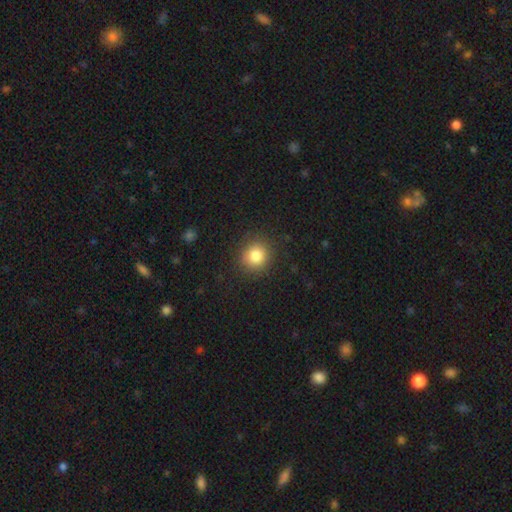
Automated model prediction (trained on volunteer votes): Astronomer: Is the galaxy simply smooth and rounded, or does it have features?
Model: smooth — 83%.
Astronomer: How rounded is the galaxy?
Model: round — 85%.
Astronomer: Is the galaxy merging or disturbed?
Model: none — 87%.